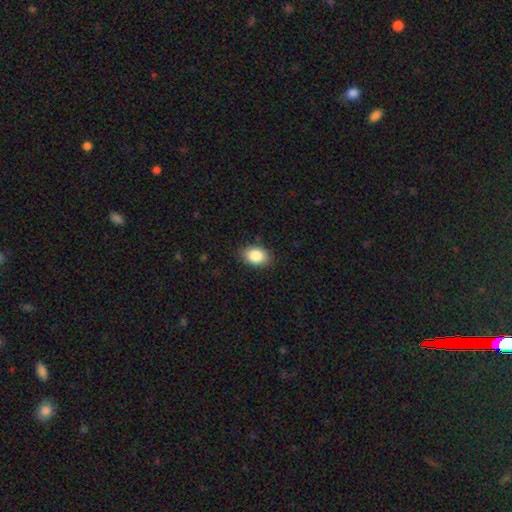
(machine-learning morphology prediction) A smooth galaxy with no disk features (87%) that is in between round and cigar-shaped (83%). Merging: none (86%).